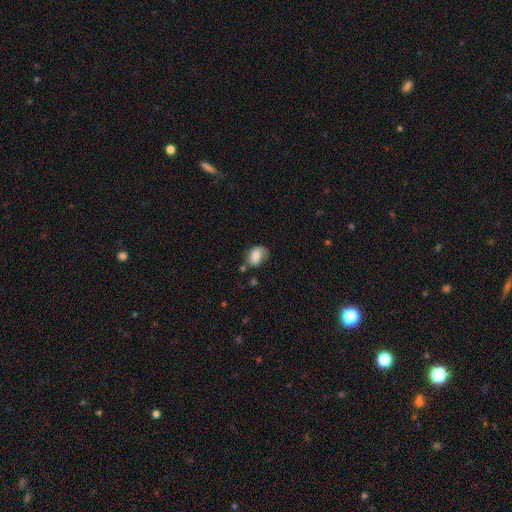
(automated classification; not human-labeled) smooth 70%, featured or disk 21%, star or artifact 9%. Down the decision tree: how rounded — in between (72%); merging — none (49%).